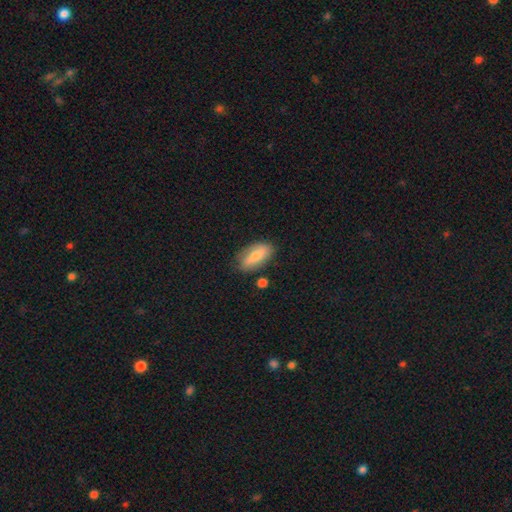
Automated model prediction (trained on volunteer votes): smooth_or_featured: smooth (p=0.71) [alt: featured or disk p=0.22]
how_rounded: in between (p=0.82) [alt: cigar-shaped p=0.15]
merging: none (p=0.77) [alt: minor disturbance p=0.16]